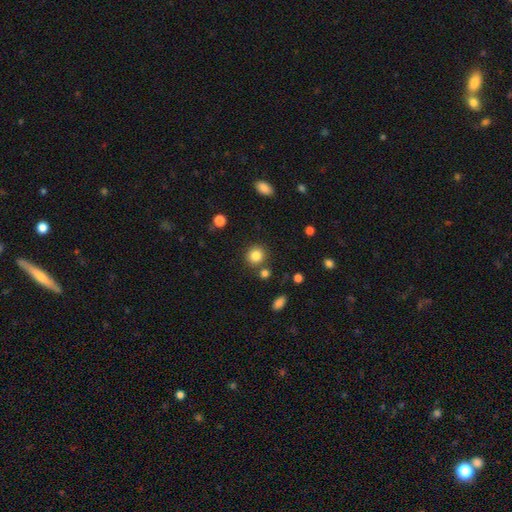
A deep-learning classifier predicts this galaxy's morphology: smooth-or-featured: smooth: 84% | star or artifact: 11% | featured or disk: 6%
  how-rounded: round: 90% | in between: 9% | cigar-shaped: 1%
  merging: none: 82% | minor disturbance: 8% | merger: 7% | major disturbance: 3%